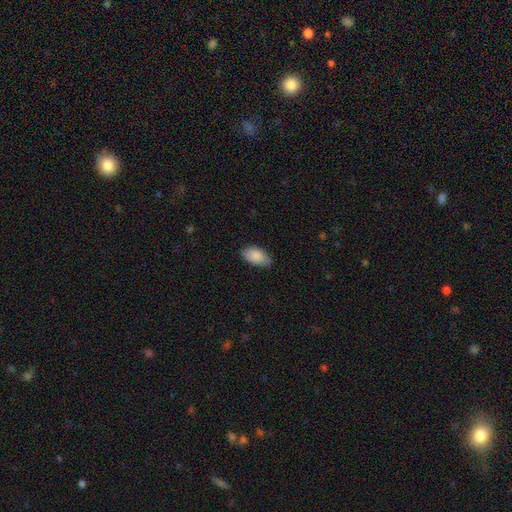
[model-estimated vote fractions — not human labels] Morphology: type=smooth (87%); roundness=in between (94%); merging=none (79%).